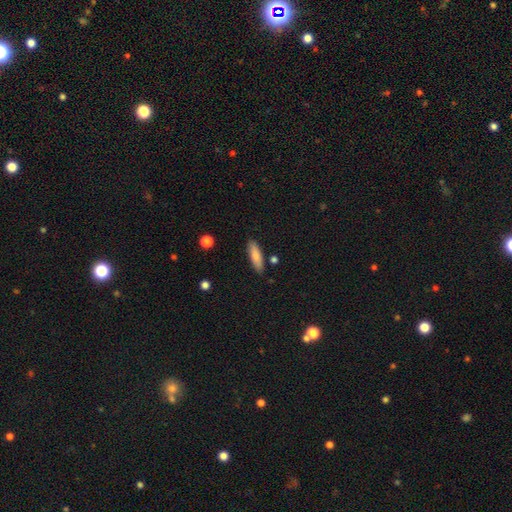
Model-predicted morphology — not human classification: Q: Smooth or featured?
A: smooth (82%); runner-up: featured or disk (11%)
Q: How rounded?
A: cigar-shaped (58%); runner-up: in between (41%)
Q: Merging?
A: none (85%); runner-up: minor disturbance (10%)